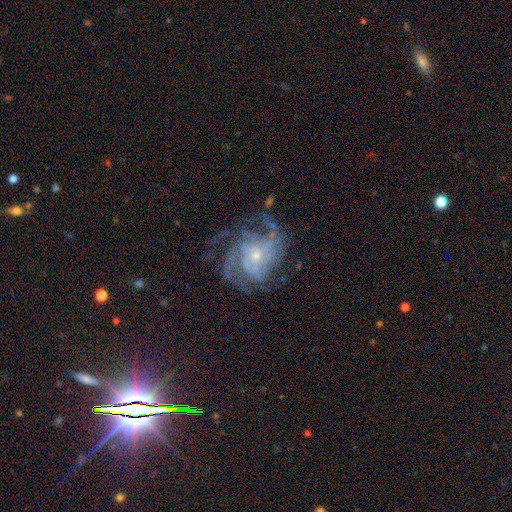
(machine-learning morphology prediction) smooth_or_featured: featured or disk (p=0.86) [alt: star or artifact p=0.08]
disk_edge_on: no (p=0.98) [alt: yes p=0.02]
bar: no (p=0.66) [alt: weak p=0.28]
has_spiral_arms: yes (p=0.96) [alt: no p=0.04]
spiral_winding: tight (p=0.46) [alt: medium p=0.42]
spiral_arm_count: 4 (p=0.27) [alt: 3 p=0.22]
bulge_size: small (p=0.74) [alt: moderate p=0.20]
merging: none (p=0.61) [alt: minor disturbance p=0.19]